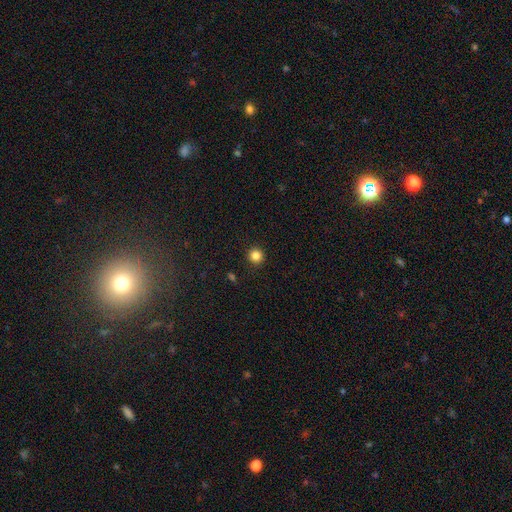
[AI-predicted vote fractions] smooth 85%, star or artifact 12%, featured or disk 4%. Down the decision tree: how rounded — round (95%); merging — none (92%).